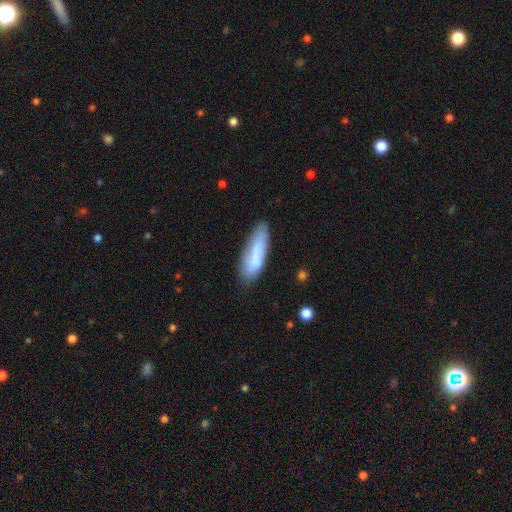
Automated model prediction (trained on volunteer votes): smooth_or_featured: smooth (p=0.74) [alt: featured or disk p=0.20]
how_rounded: cigar-shaped (p=0.52) [alt: in between p=0.47]
merging: none (p=0.69) [alt: minor disturbance p=0.22]